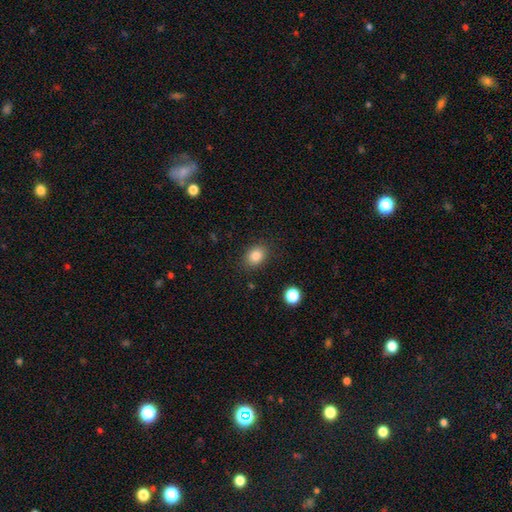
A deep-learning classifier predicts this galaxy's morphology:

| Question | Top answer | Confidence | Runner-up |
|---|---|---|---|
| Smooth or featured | smooth | 84% | star or artifact (10%) |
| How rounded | in between | 60% | round (39%) |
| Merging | none | 86% | minor disturbance (10%) |